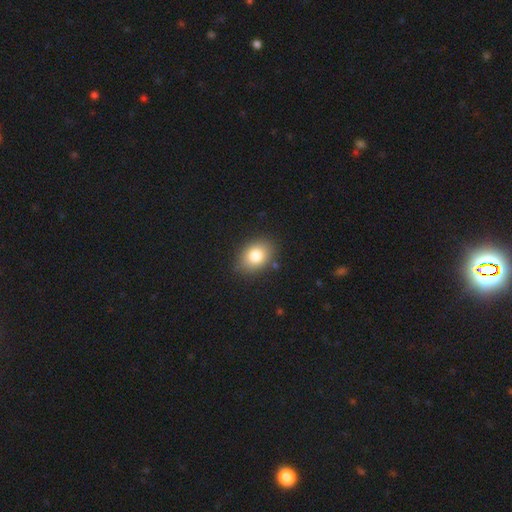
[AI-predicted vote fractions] Q: Smooth or featured?
A: smooth (81%); runner-up: featured or disk (10%)
Q: How rounded?
A: in between (72%); runner-up: round (27%)
Q: Merging?
A: none (85%); runner-up: minor disturbance (11%)